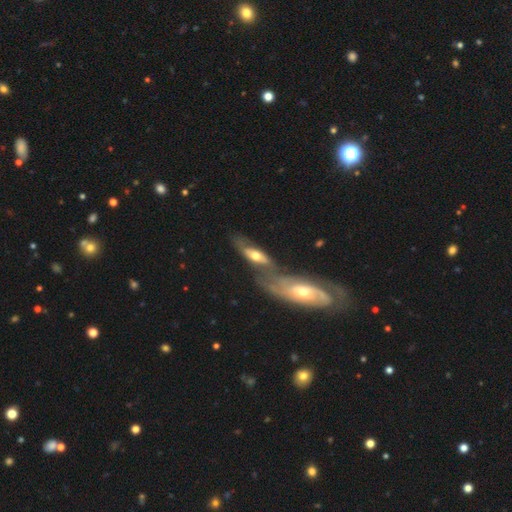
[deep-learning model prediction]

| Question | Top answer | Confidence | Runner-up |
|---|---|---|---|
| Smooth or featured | featured or disk | 59% | smooth (35%) |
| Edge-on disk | no | 73% | yes (27%) |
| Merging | merger | 49% | none (31%) |